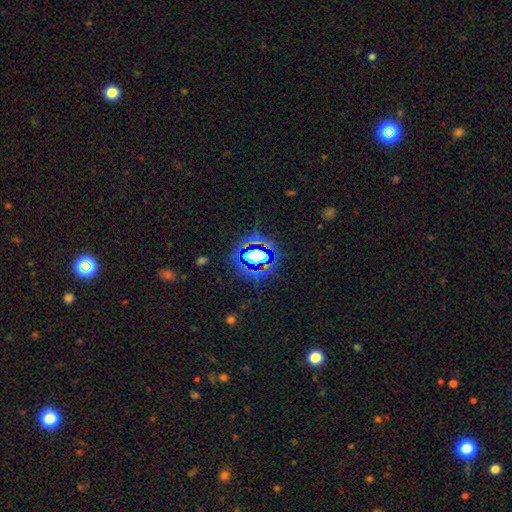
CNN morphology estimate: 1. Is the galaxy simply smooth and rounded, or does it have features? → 68% star or artifact, 18% smooth, 15% featured or disk.